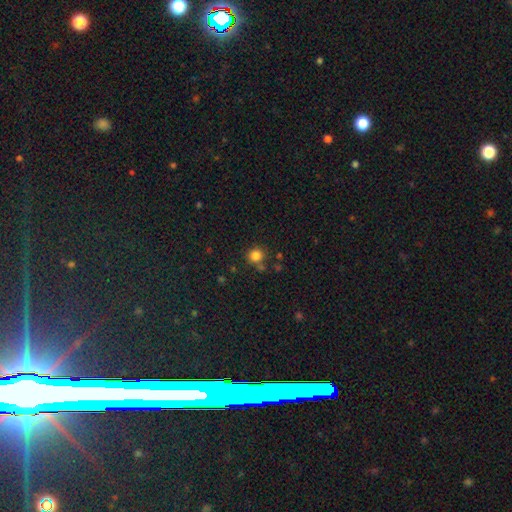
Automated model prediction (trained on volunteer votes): Q: Smooth or featured?
A: smooth (83%); runner-up: star or artifact (13%)
Q: How rounded?
A: round (90%); runner-up: in between (9%)
Q: Merging?
A: none (76%); runner-up: merger (10%)